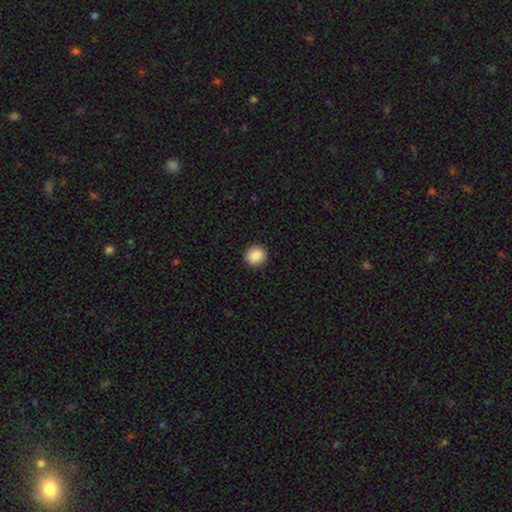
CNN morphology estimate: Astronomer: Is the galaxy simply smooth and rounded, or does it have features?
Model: smooth — 88%.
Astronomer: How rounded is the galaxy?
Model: round — 90%.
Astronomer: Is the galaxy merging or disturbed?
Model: none — 92%.